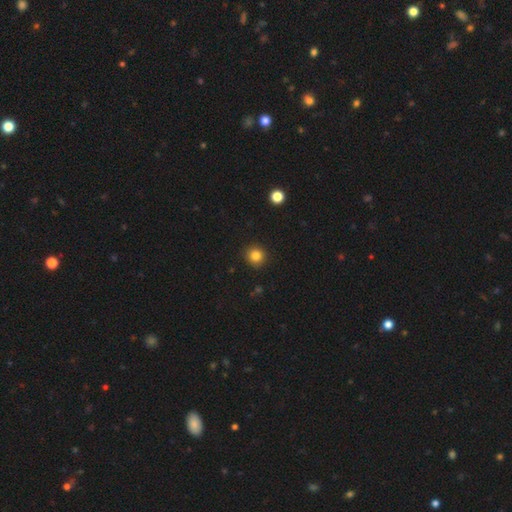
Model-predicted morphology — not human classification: Smooth or featured? smooth (84%)
How rounded? round (92%)
Merging? none (91%)